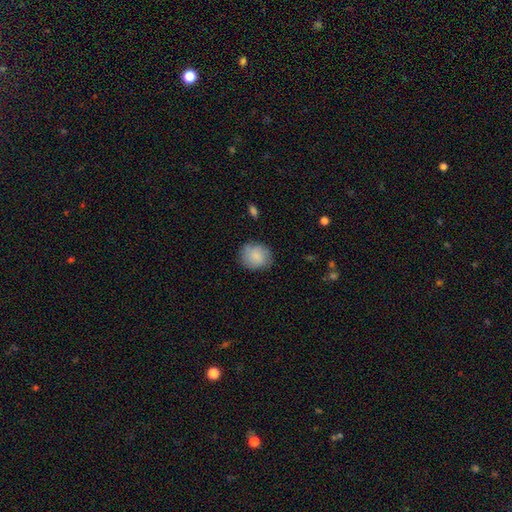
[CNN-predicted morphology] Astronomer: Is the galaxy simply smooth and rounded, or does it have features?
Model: smooth — 80%.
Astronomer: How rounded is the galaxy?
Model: round — 75%.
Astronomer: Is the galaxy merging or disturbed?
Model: none — 78%.